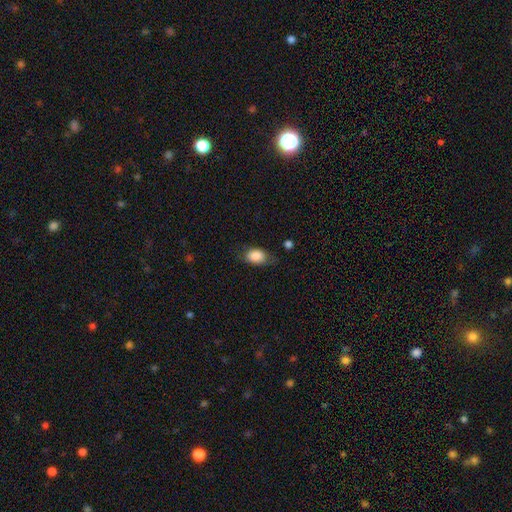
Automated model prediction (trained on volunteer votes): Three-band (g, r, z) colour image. It shows a smooth galaxy with no disk features (87%) that is in between round and cigar-shaped (82%). Merging: none (67%).